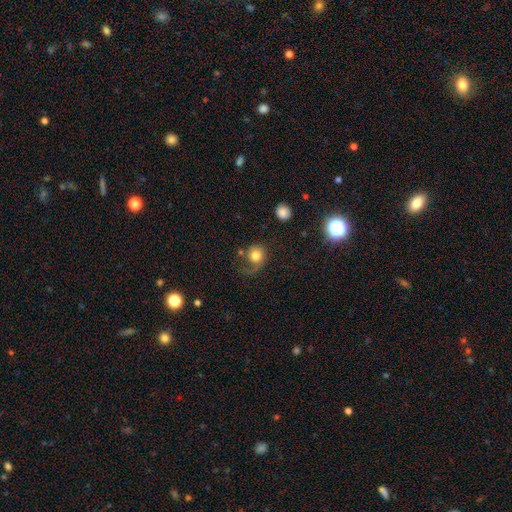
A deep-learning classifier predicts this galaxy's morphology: smooth_or_featured: smooth (p=0.69) [alt: featured or disk p=0.22]
how_rounded: round (p=0.79) [alt: in between p=0.20]
merging: none (p=0.39) [alt: major disturbance p=0.35]